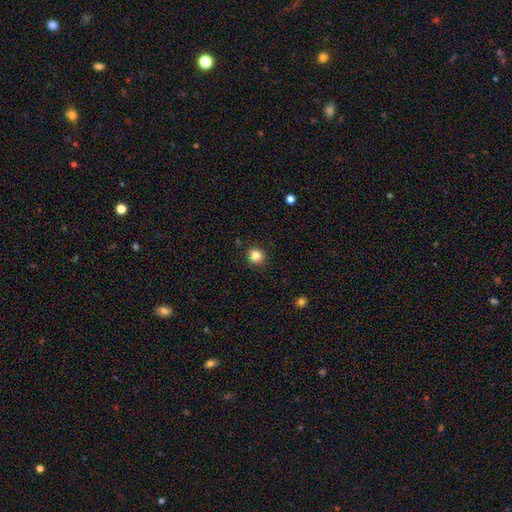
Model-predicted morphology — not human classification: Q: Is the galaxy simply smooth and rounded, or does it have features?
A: smooth — 84%.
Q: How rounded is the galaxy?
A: round — 88%.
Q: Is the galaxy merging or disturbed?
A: none — 91%.